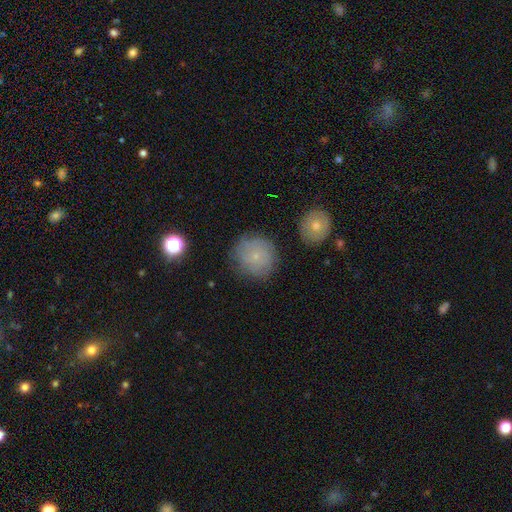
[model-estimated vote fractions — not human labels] Q: Smooth or featured?
A: smooth (68%); runner-up: featured or disk (21%)
Q: How rounded?
A: round (92%); runner-up: in between (7%)
Q: Merging?
A: none (77%); runner-up: minor disturbance (15%)